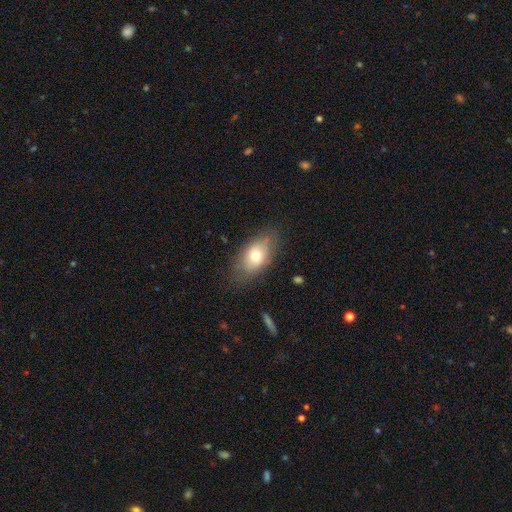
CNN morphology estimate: This appears to be a smooth galaxy with no disk features (73%) that is in between round and cigar-shaped (88%). Merging: none (78%).